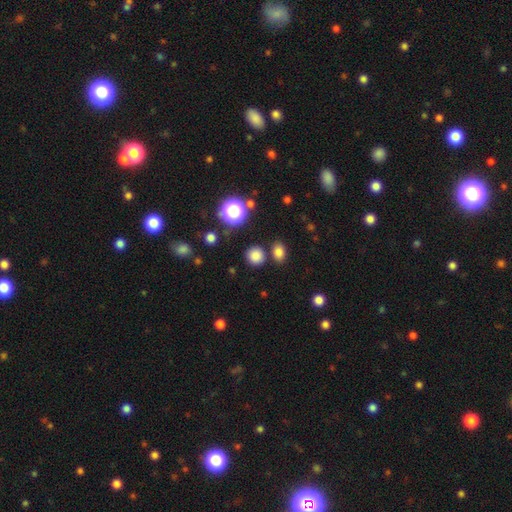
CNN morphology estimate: Smooth or featured?
  - smooth: 80% *
  - star or artifact: 15%
  - featured or disk: 4%
How rounded?
  - round: 87% *
  - in between: 12%
  - cigar-shaped: 1%
Merging?
  - none: 82% *
  - minor disturbance: 8%
  - merger: 7%
  - major disturbance: 3%